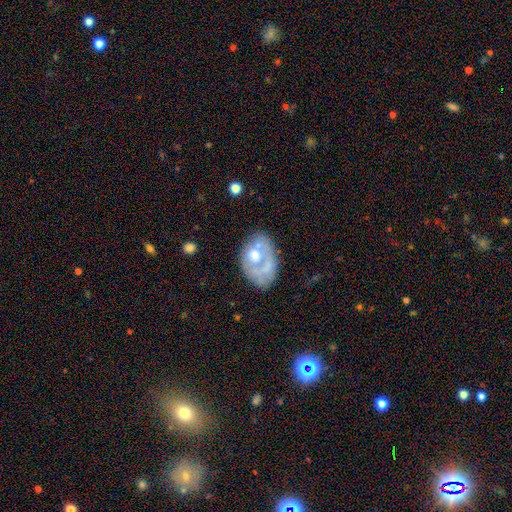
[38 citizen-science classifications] Overall: featured or disk (61%; smooth 37%). Edge-on disk: no (96%). Bar: no (91%). Spiral arms: no (86%). Bulge size: moderate (68%). Merging: minor disturbance (41%; major disturbance 27%).